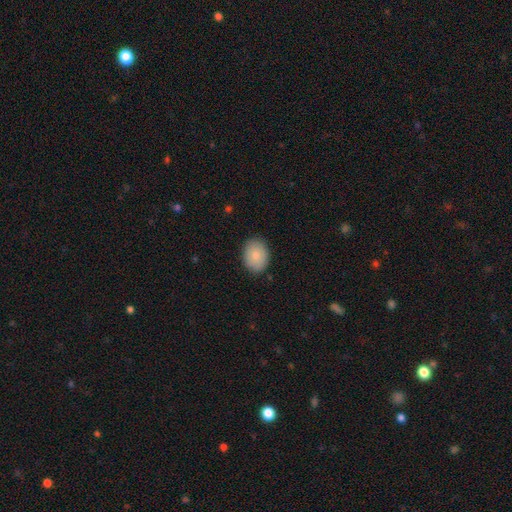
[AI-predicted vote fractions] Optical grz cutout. It shows a smooth galaxy with no disk features (85%) that is in between round and cigar-shaped (66%). Merging: none (87%).